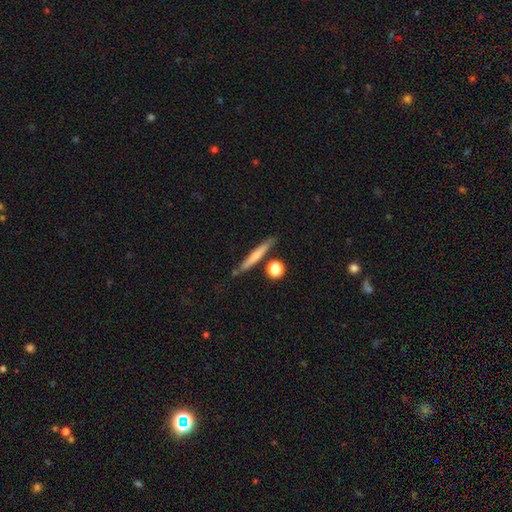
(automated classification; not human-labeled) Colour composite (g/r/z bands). It shows a smooth galaxy with no disk features (56%) that is cigar-shaped (92%). Merging: none (78%).